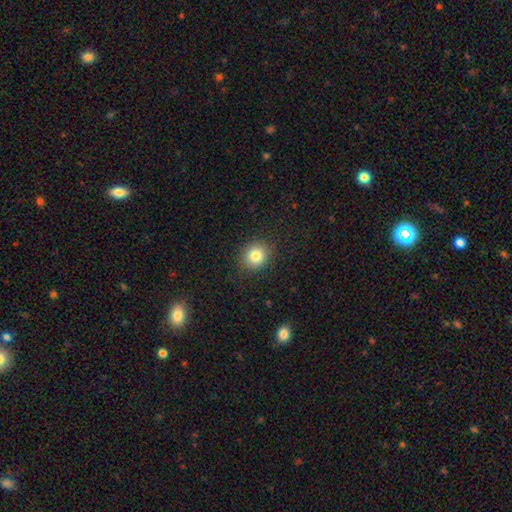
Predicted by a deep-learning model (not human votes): Smooth or featured? Predicted: smooth (p=0.82). How rounded? Predicted: round (p=0.79). Merging? Predicted: none (p=0.88).